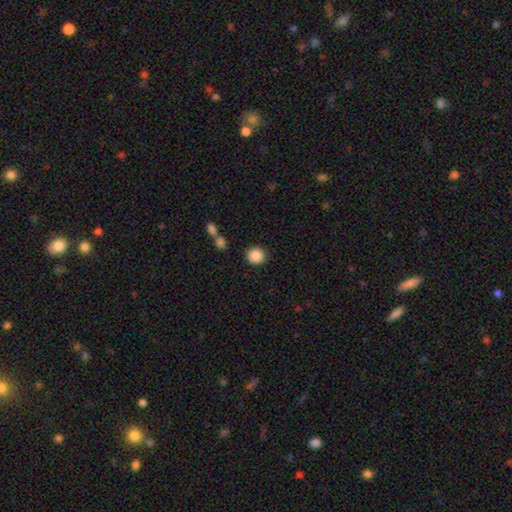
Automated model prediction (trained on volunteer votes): smooth-or-featured: smooth: 88% | star or artifact: 9% | featured or disk: 3%
  how-rounded: round: 92% | in between: 7% | cigar-shaped: 1%
  merging: none: 86% | minor disturbance: 7% | merger: 4% | major disturbance: 3%